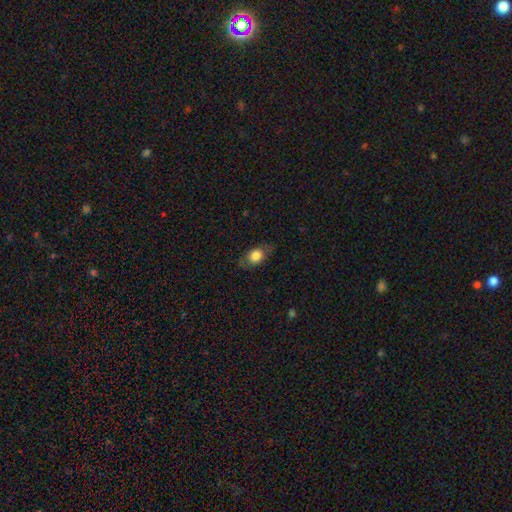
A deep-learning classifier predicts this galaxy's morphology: smooth-or-featured: smooth: 73% | featured or disk: 19% | star or artifact: 8%
  how-rounded: in between: 74% | round: 21% | cigar-shaped: 5%
  merging: none: 77% | minor disturbance: 16% | major disturbance: 6% | merger: 1%